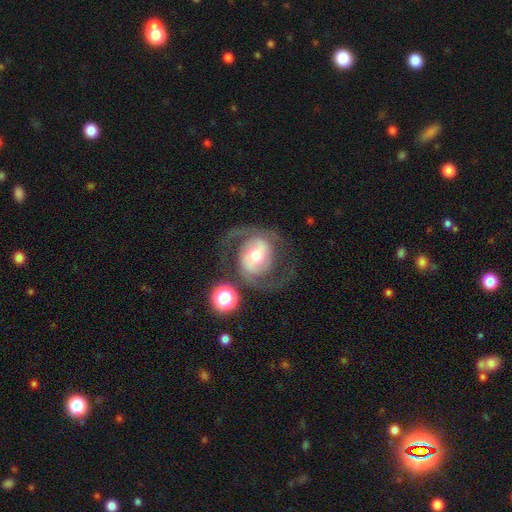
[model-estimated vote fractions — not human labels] Smooth or featured: featured or disk — 82% (smooth — 12%)
Edge-on disk: no — 97% (yes — 3%)
Bar: no — 38% (tied with weak — 38%)
Spiral arms: yes — 91% (no — 9%)
Spiral winding: medium — 55% (loose — 24%)
Spiral arm count: 2 — 89% (can't tell — 5%)
Bulge size: moderate — 60% (small — 29%)
Merging: none — 69% (major disturbance — 14%)